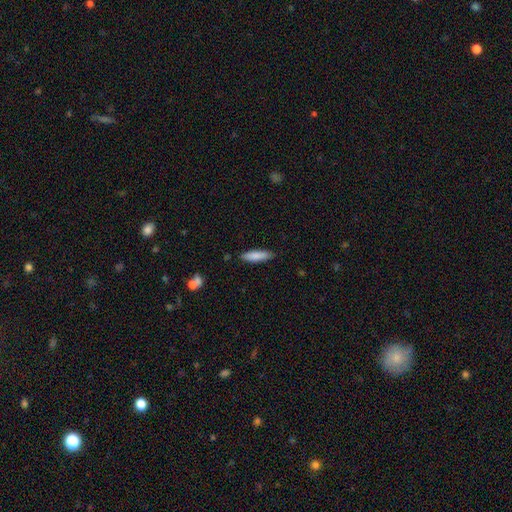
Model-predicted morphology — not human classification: A smooth galaxy with no disk features (83%) that is cigar-shaped (70%).

Vote fractions:
- Smooth or featured? smooth: 83% / featured or disk: 10% / star or artifact: 6%
- How rounded? cigar-shaped: 70% / in between: 29% / round: 1%
- Merging? none: 85% / minor disturbance: 11% / major disturbance: 2% / merger: 2%